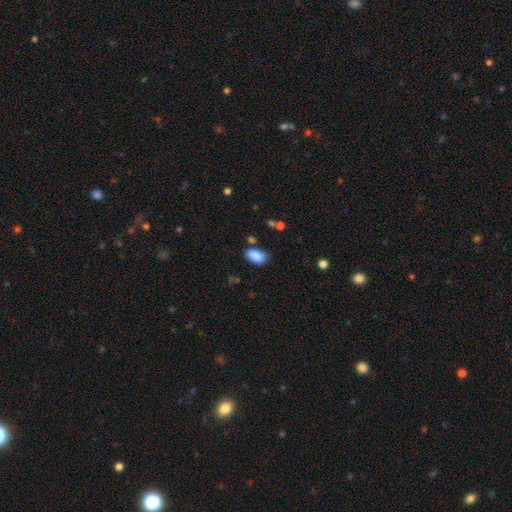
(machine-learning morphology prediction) type=smooth (88%); roundness=in between (93%); merging=none (78%).